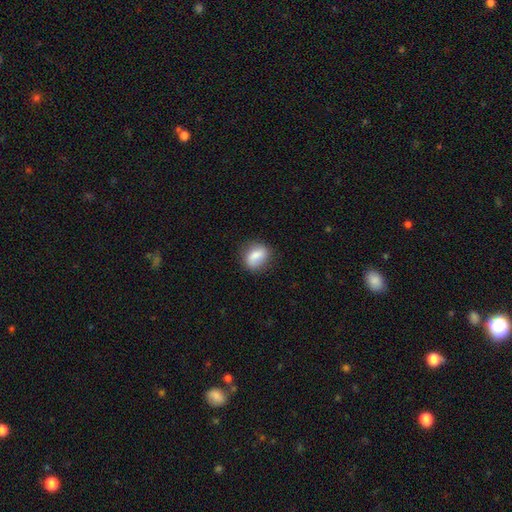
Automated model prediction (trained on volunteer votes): smooth-or-featured: smooth: 80% | featured or disk: 12% | star or artifact: 8%
  how-rounded: in between: 58% | round: 39% | cigar-shaped: 3%
  merging: none: 75% | minor disturbance: 18% | major disturbance: 5% | merger: 2%